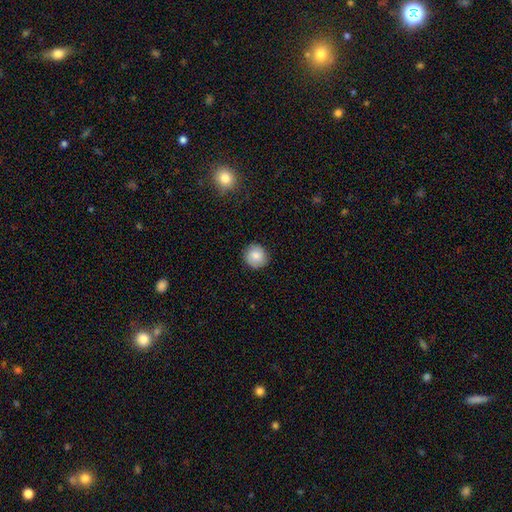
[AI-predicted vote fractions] Smooth or featured? Predicted: smooth (p=0.79). How rounded? Predicted: round (p=0.92). Merging? Predicted: none (p=0.88).